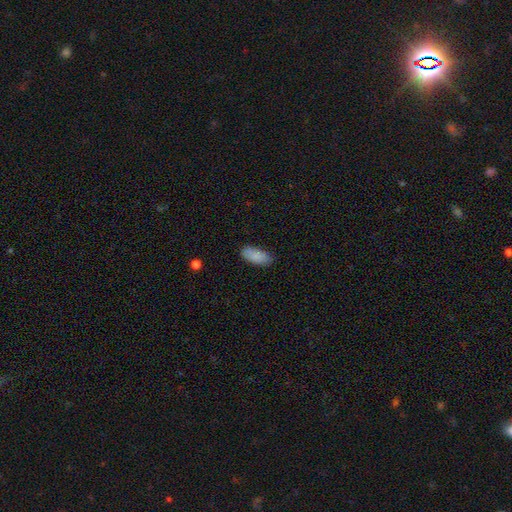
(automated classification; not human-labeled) smooth-or-featured: smooth: 88% | star or artifact: 7% | featured or disk: 6%
  how-rounded: in between: 87% | cigar-shaped: 11% | round: 2%
  merging: none: 82% | minor disturbance: 15% | major disturbance: 3% | merger: 1%